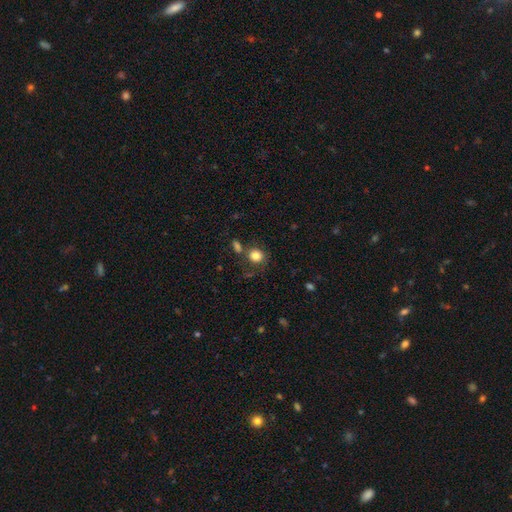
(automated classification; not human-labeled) Smooth or featured? Predicted: smooth (p=0.82). How rounded? Predicted: round (p=0.76). Merging? Predicted: none (p=0.62).